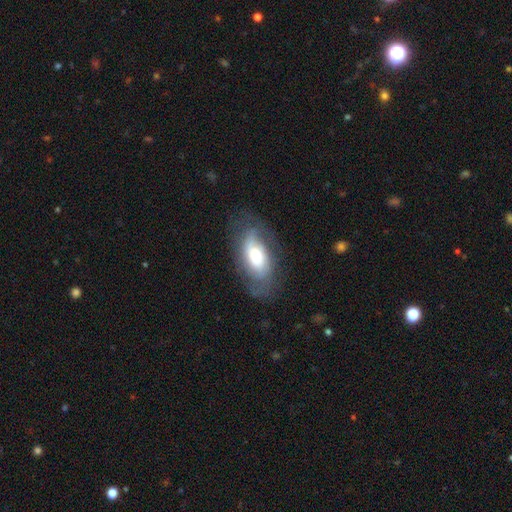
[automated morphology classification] Smooth or featured? Predicted: featured or disk (p=0.53). Edge-on disk? Predicted: no (p=0.88). Merging? Predicted: none (p=0.65).